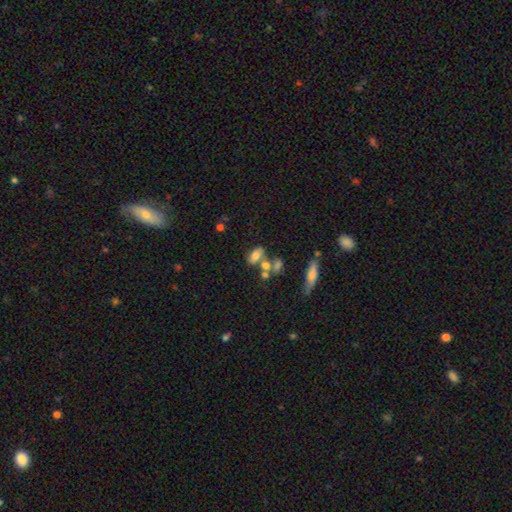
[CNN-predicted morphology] This is likely a smooth galaxy (70%). How rounded: clearly in between (84%). Merging: marginally none (43%).